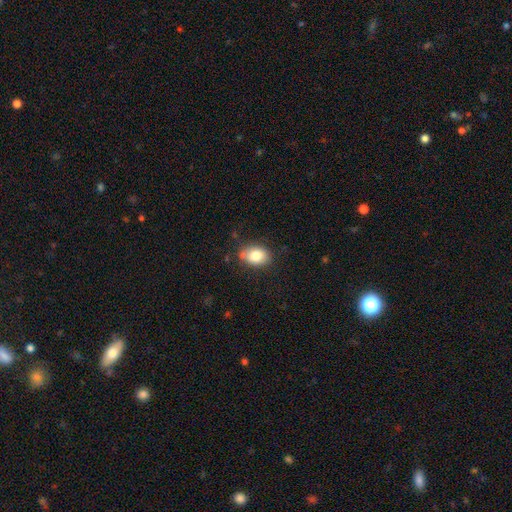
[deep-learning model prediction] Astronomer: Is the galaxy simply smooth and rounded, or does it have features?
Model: smooth — 81%.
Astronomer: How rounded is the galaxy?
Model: in between — 78%.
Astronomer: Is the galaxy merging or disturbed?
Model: none — 76%.